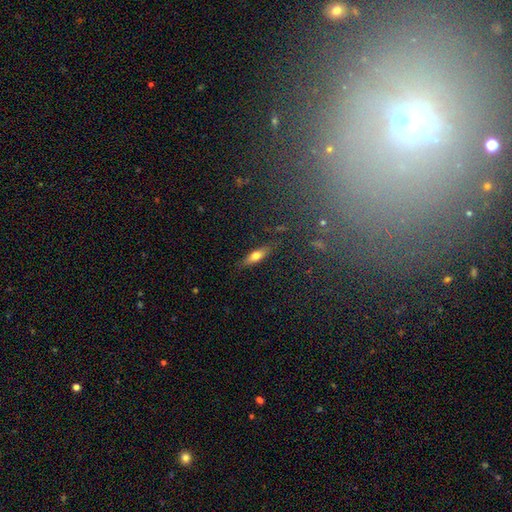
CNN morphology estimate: Q: Smooth or featured?
A: smooth (64%); runner-up: featured or disk (28%)
Q: How rounded?
A: in between (49%); runner-up: cigar-shaped (48%)
Q: Merging?
A: none (85%); runner-up: minor disturbance (11%)